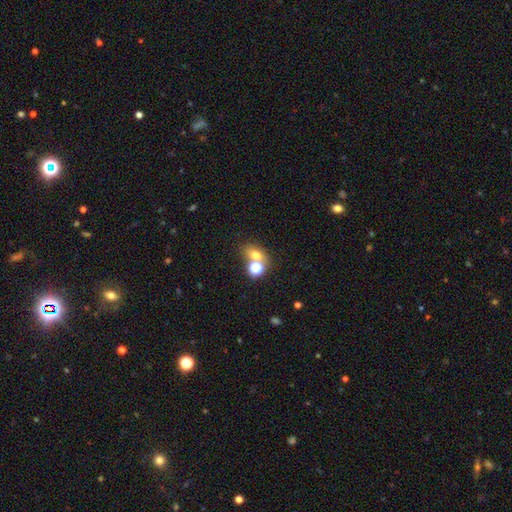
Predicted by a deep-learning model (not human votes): smooth_or_featured: smooth (p=0.64) [alt: star or artifact p=0.23]
how_rounded: in between (p=0.51) [alt: round p=0.47]
merging: none (p=0.51) [alt: merger p=0.35]